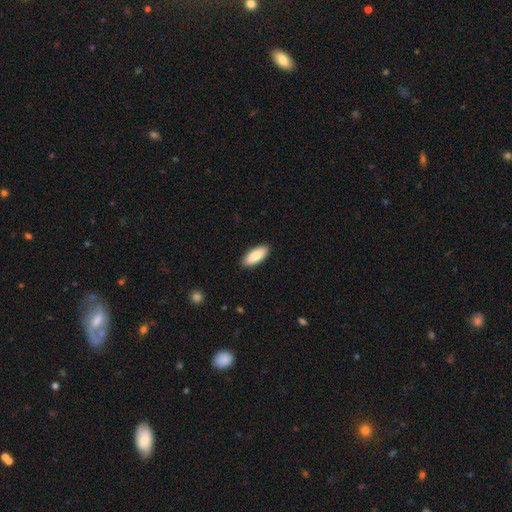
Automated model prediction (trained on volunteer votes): smooth_or_featured: smooth (p=0.85) [alt: featured or disk p=0.10]
how_rounded: in between (p=0.83) [alt: cigar-shaped p=0.15]
merging: none (p=0.90) [alt: minor disturbance p=0.08]